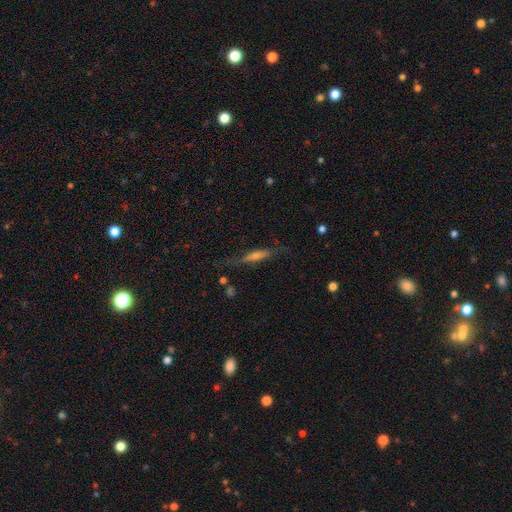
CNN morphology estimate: This is possibly a featured or disk galaxy (58%). It is clearly viewed edge-on (87%). Edge-on bulge: possibly rounded (51%). Merging: likely none (70%).